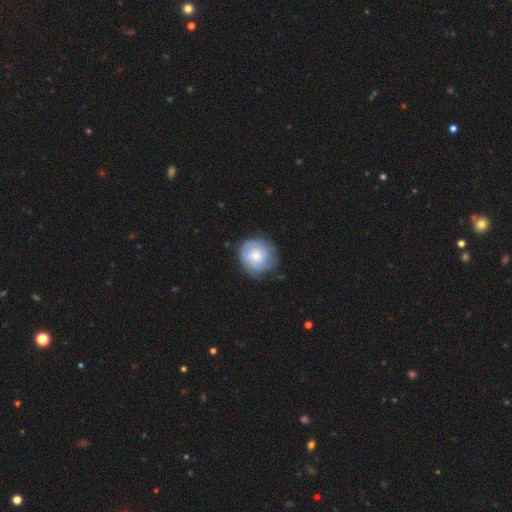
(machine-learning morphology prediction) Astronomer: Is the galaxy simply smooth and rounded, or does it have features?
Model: featured or disk — 54% (runner-up: smooth, 39%).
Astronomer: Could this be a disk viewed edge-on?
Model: no — 98%.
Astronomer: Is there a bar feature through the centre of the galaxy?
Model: no — 75%.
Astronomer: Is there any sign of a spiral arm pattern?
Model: yes — 83%.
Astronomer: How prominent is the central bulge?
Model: moderate — 50% (runner-up: small, 35%).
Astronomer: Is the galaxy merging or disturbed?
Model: none — 73%.